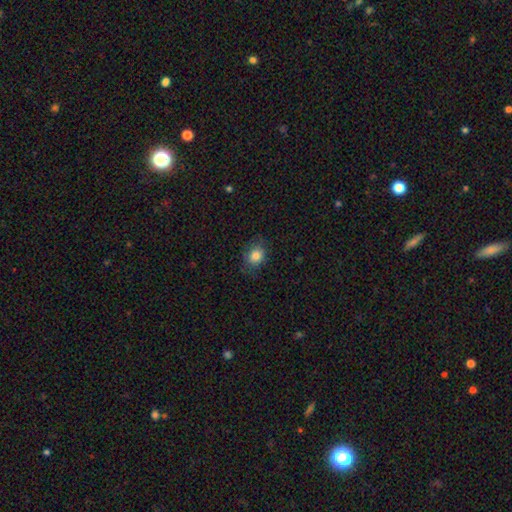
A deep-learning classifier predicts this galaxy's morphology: A smooth galaxy with no disk features (83%) that is round (58%). Merging: none (77%).